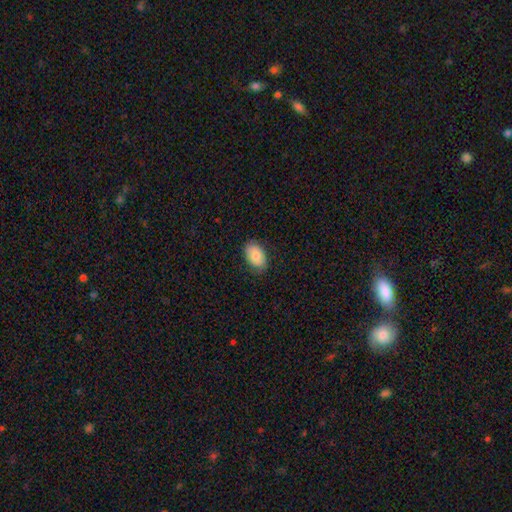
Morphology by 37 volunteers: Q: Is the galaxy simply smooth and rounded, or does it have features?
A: smooth — 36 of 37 (97%).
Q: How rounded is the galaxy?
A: in between — 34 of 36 (94%).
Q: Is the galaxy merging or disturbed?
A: none — 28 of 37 (76%).